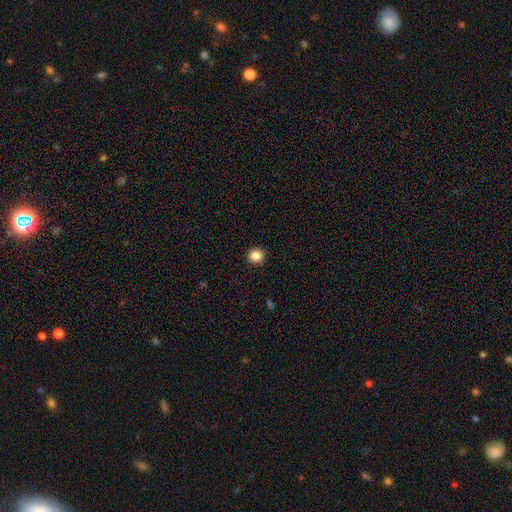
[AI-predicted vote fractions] A smooth galaxy with no disk features (85%) that is round (94%).

Vote fractions:
- Smooth or featured? smooth: 85% / star or artifact: 11% / featured or disk: 4%
- How rounded? round: 94% / in between: 5% / cigar-shaped: 1%
- Merging? none: 93% / minor disturbance: 5% / major disturbance: 2% / merger: 1%